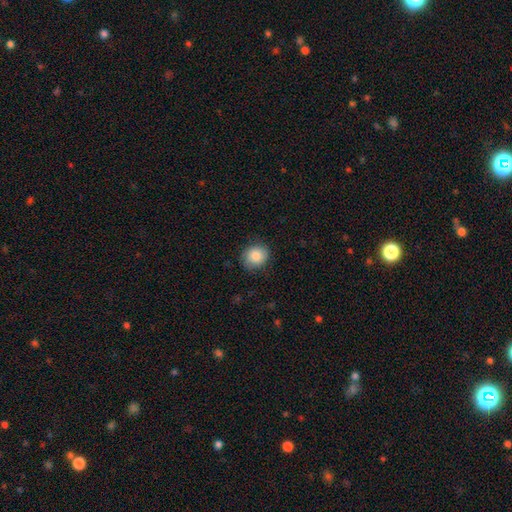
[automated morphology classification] smooth 86%, star or artifact 8%, featured or disk 7%. Down the decision tree: how rounded — round (75%); merging — none (84%).